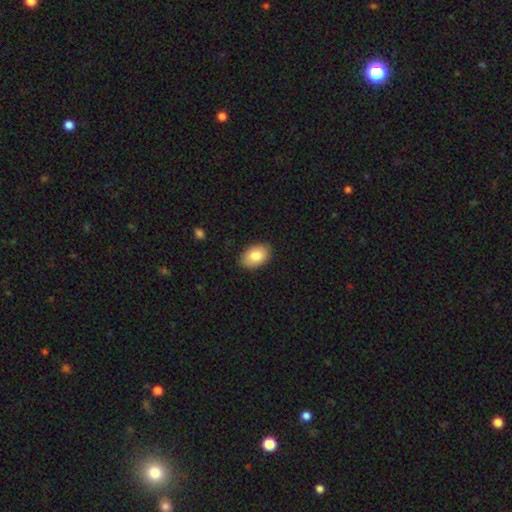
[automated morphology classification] smooth 84%, featured or disk 10%, star or artifact 6%. Down the decision tree: how rounded — in between (89%); merging — none (89%).